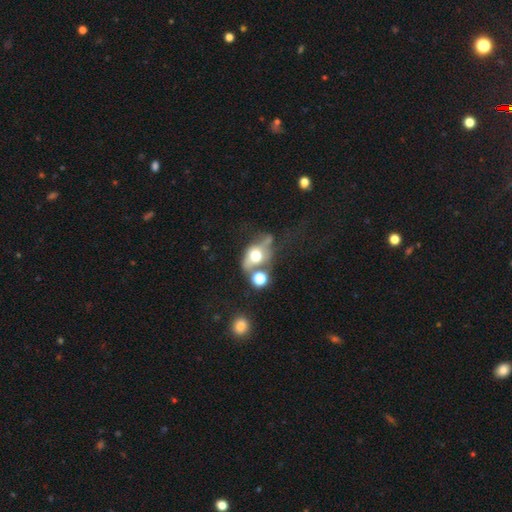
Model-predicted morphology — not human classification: Smooth or featured? Predicted: smooth (p=0.50). How rounded? Predicted: in between (p=0.56). Merging? Predicted: none (p=0.33).